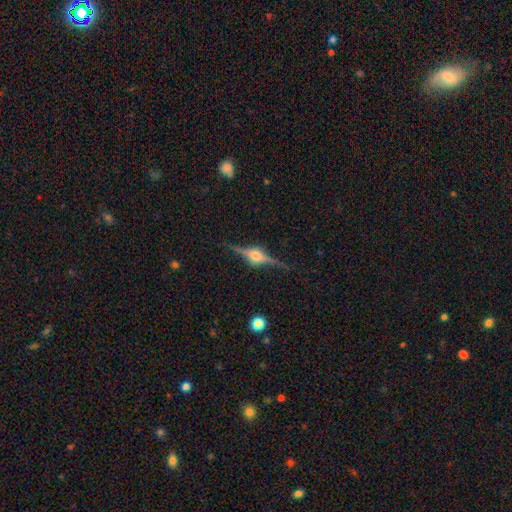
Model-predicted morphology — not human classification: Smooth or featured: featured or disk — 88% (star or artifact — 6%)
Edge-on disk: yes — 98% (no — 2%)
Edge-on bulge: rounded — 92% (boxy — 7%)
Merging: none — 88% (minor disturbance — 8%)